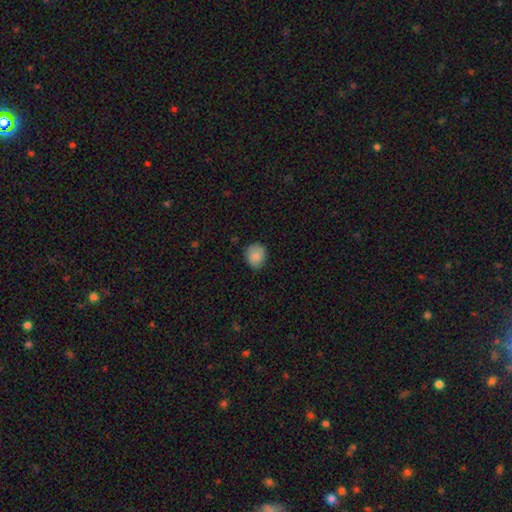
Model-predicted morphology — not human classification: This appears to be a smooth galaxy with no disk features (83%) that is round (62%). Merging: none (72%).